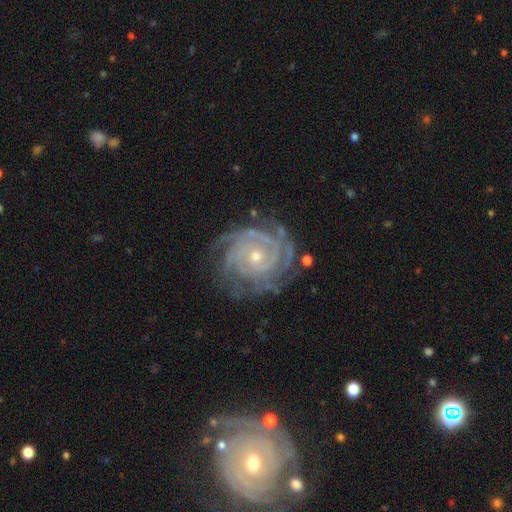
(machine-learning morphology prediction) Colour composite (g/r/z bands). It shows a featured or disk galaxy (90%) with no bar (76%), 4 (27%) tight (83%) spiral arms (98%) and a small central bulge (61%). Merging: none (76%).